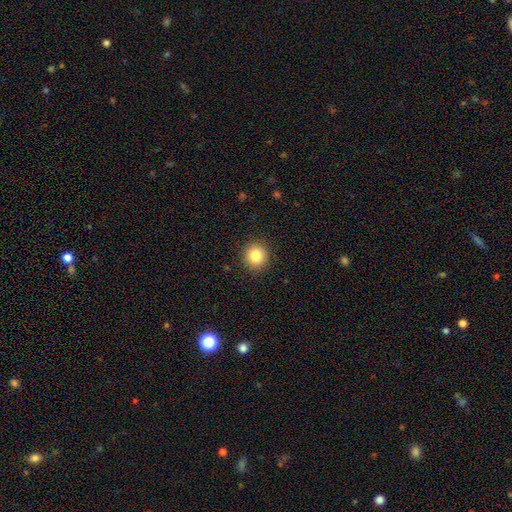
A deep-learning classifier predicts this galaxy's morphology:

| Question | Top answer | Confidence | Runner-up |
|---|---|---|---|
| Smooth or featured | smooth | 84% | star or artifact (10%) |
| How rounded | round | 93% | in between (6%) |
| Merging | none | 91% | minor disturbance (6%) |